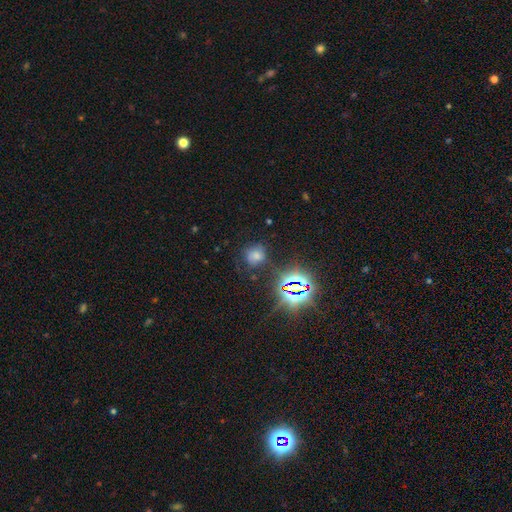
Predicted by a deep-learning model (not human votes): This appears to be a smooth galaxy with no disk features (55%) that is round (78%). Merging: none (68%).